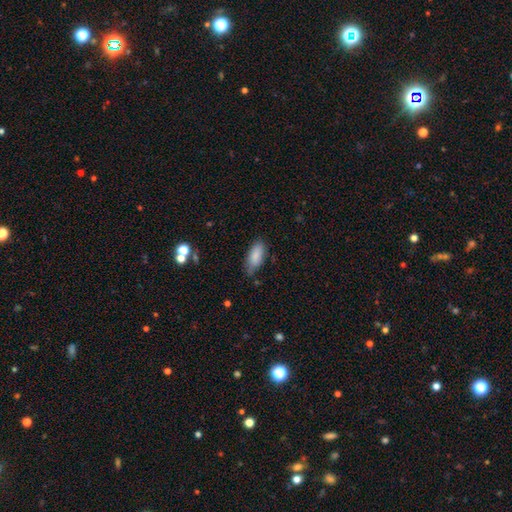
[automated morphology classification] Smooth or featured: smooth — 84% (featured or disk — 9%)
How rounded: in between — 82% (cigar-shaped — 15%)
Merging: none — 66% (minor disturbance — 26%)